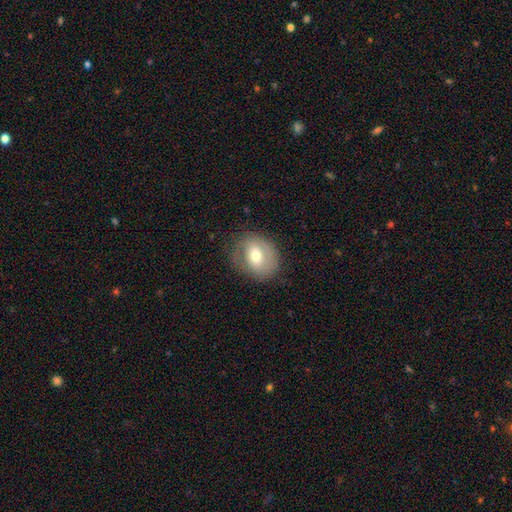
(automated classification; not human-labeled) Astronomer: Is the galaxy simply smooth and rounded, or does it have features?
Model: smooth — 57% (runner-up: featured or disk, 35%).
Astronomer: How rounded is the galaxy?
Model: in between — 52% (runner-up: round, 47%).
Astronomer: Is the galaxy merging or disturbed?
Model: none — 72%.